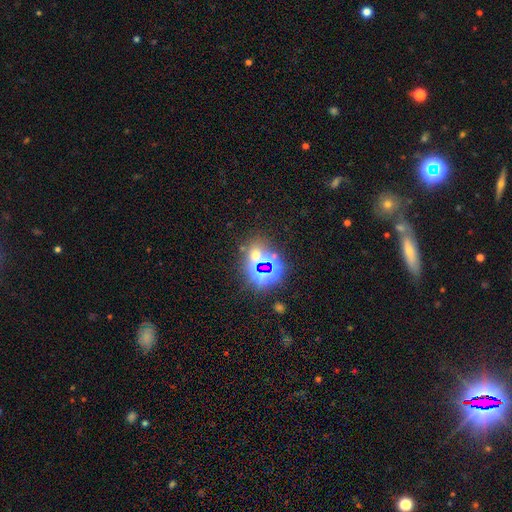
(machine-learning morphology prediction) star or artifact 61%, smooth 29%, featured or disk 9%.